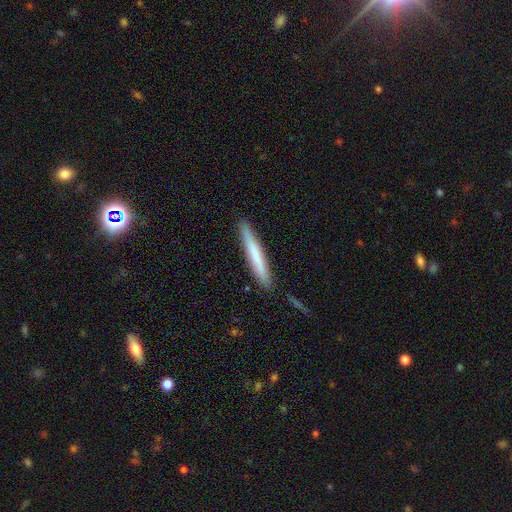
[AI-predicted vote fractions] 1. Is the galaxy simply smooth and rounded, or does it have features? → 63% smooth, 31% featured or disk, 6% star or artifact.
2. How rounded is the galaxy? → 96% cigar-shaped, 3% in between, 1% round.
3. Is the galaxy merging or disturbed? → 89% none, 8% minor disturbance, 2% merger, 2% major disturbance.